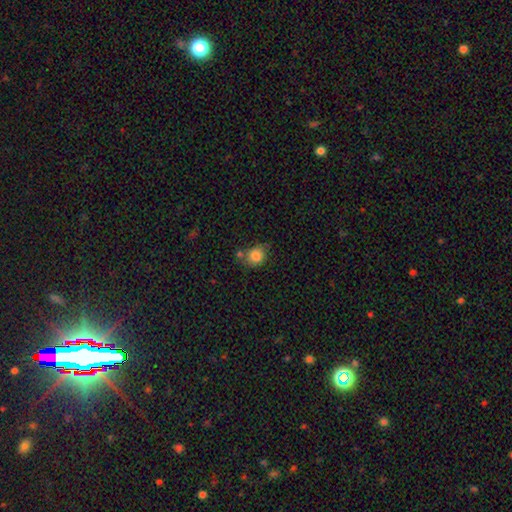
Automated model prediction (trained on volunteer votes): This appears to be a smooth galaxy with no disk features (84%) that is round (70%). Merging: none (59%).